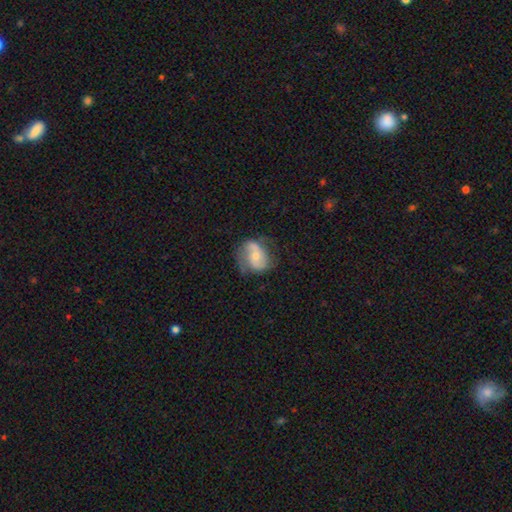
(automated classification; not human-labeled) This appears to be a featured or disk galaxy (63%) with no bar (56%), 2 (82%) medium (44%) spiral arms (84%) and a small central bulge (47%, tied with moderate). Merging: none (59%).